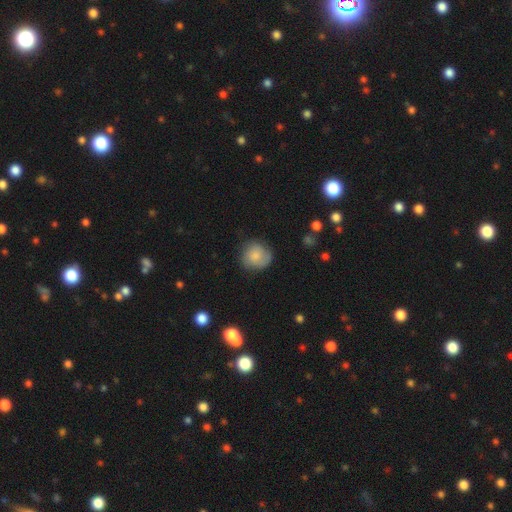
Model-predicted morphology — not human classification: This appears to be a smooth galaxy with no disk features (72%) that is round (88%). Merging: none (74%).